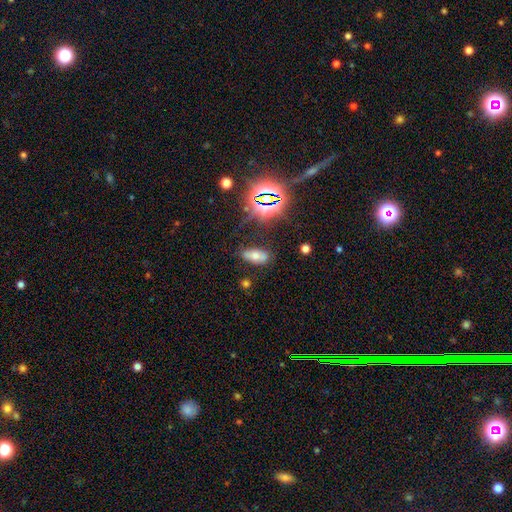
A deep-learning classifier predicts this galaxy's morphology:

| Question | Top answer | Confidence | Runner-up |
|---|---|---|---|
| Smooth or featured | smooth | 52% | star or artifact (24%) |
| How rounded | in between | 87% | cigar-shaped (8%) |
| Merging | none | 75% | minor disturbance (16%) |